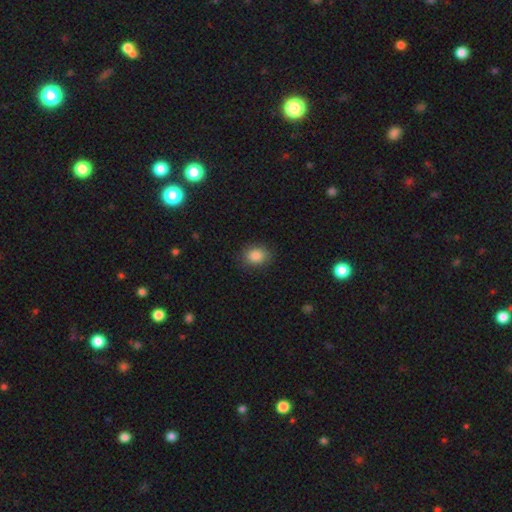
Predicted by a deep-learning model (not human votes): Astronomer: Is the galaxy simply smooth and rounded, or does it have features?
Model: smooth — 86%.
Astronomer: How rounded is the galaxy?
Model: in between — 54% (runner-up: round, 45%).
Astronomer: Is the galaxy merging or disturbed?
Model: none — 85%.